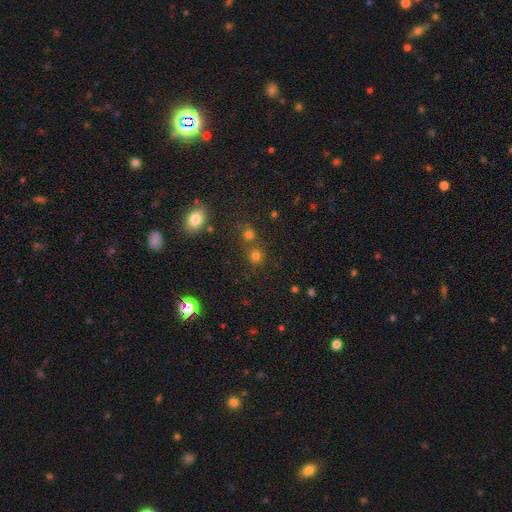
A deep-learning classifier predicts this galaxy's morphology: Overall: smooth (73%). How rounded: round (88%). Merging: none (68%).